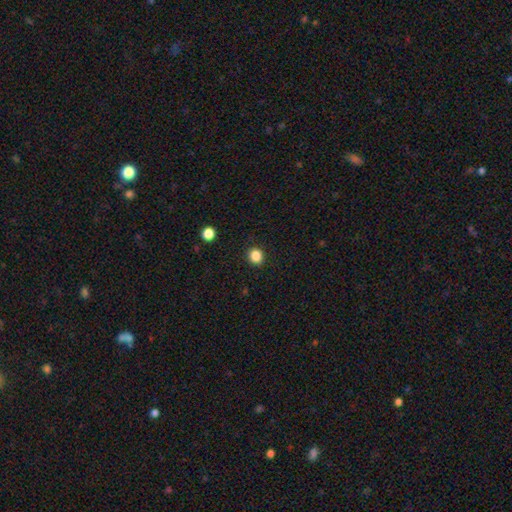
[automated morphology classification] smooth-or-featured: smooth: 86% | star or artifact: 11% | featured or disk: 3%
  how-rounded: round: 84% | in between: 15% | cigar-shaped: 1%
  merging: none: 91% | minor disturbance: 6% | major disturbance: 2% | merger: 1%